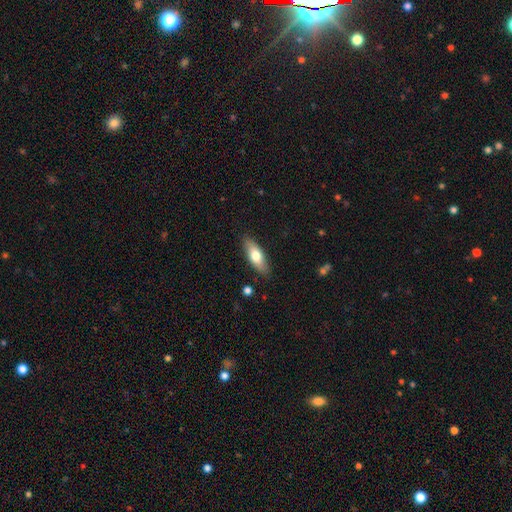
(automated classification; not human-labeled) The model was most divided on "how rounded": in between: 65%, cigar-shaped: 32%, round: 3%. More confident: merging — none (87%); smooth or featured — smooth (68%).